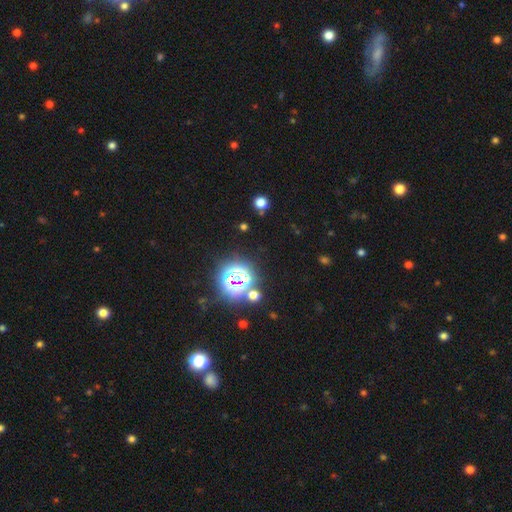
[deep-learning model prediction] star or artifact 79%, smooth 14%, featured or disk 7%.